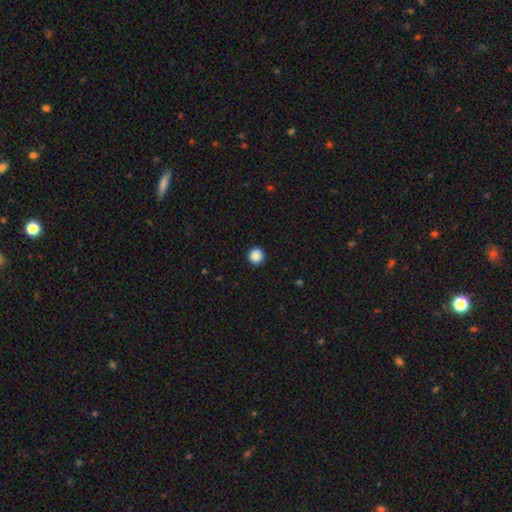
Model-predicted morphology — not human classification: A smooth galaxy with no disk features (88%) that is round (95%).

Vote fractions:
- Smooth or featured? smooth: 88% / star or artifact: 10% / featured or disk: 2%
- How rounded? round: 95% / in between: 4% / cigar-shaped: 1%
- Merging? none: 93% / minor disturbance: 5% / major disturbance: 2% / merger: 1%